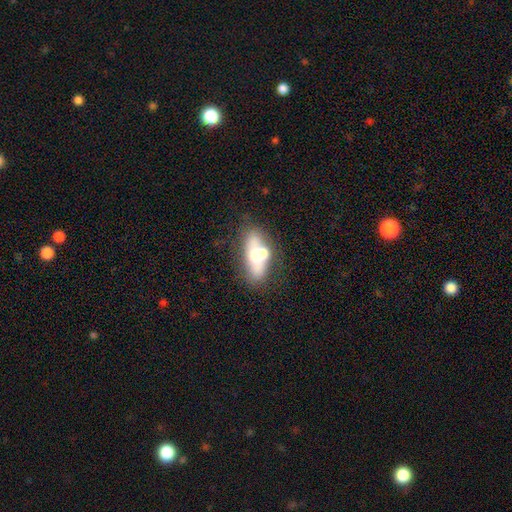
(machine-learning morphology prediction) Q: Smooth or featured?
A: smooth (47%); runner-up: featured or disk (45%)
Q: Merging?
A: merger (38%); runner-up: none (34%)